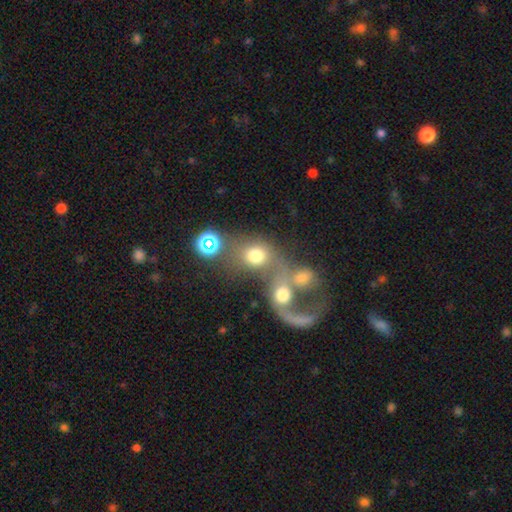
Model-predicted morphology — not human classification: smooth-or-featured: smooth: 66% | featured or disk: 19% | star or artifact: 15%
  how-rounded: round: 62% | in between: 36% | cigar-shaped: 1%
  merging: merger: 61% | none: 22% | major disturbance: 11% | minor disturbance: 7%